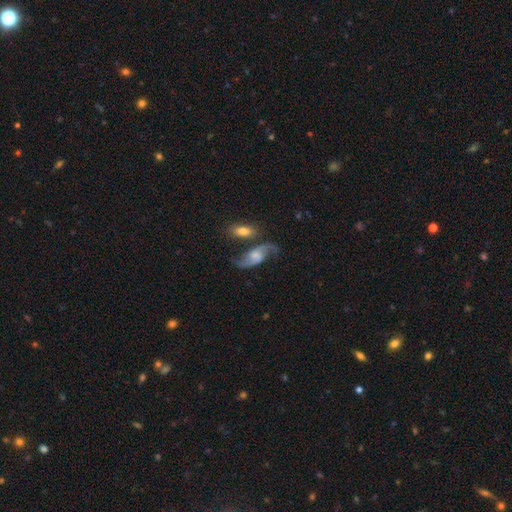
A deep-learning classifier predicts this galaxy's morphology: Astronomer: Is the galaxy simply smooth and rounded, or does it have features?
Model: featured or disk — 80%.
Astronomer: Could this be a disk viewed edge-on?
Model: no — 95%.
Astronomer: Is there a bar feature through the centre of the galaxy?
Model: no — 46% (runner-up: weak, 43%).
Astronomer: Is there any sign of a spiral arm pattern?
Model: yes — 95%.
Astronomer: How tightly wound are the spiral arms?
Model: loose — 72%.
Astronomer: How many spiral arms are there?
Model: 2 — 92%.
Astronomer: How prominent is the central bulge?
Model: small — 39% (runner-up: moderate, 31%).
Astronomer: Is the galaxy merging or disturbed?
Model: none — 55%.